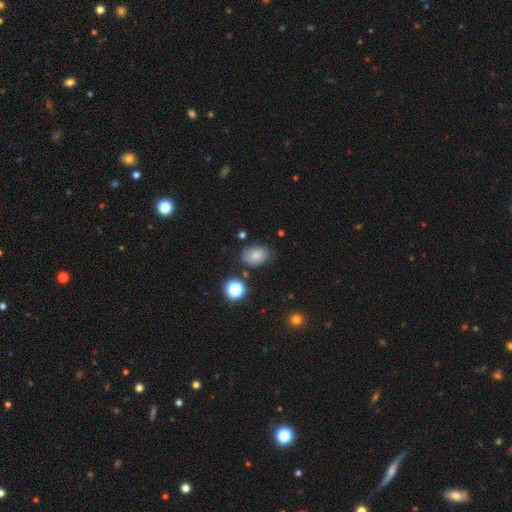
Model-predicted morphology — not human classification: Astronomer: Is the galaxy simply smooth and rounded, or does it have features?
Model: smooth — 77%.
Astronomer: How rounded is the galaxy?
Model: in between — 71%.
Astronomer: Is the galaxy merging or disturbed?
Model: none — 72%.